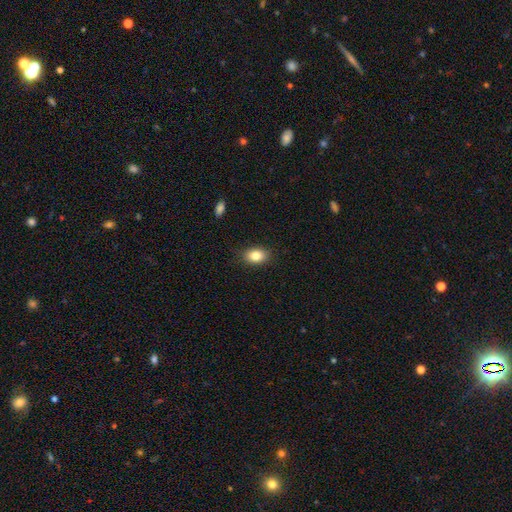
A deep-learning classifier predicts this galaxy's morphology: This appears to be a smooth galaxy with no disk features (83%) that is in between round and cigar-shaped (80%). Merging: none (86%).